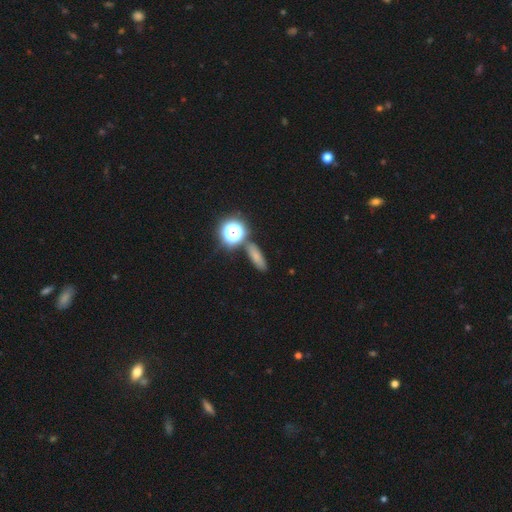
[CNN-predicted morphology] Smooth or featured? smooth (70%)
How rounded? in between (44%)
Merging? none (80%)